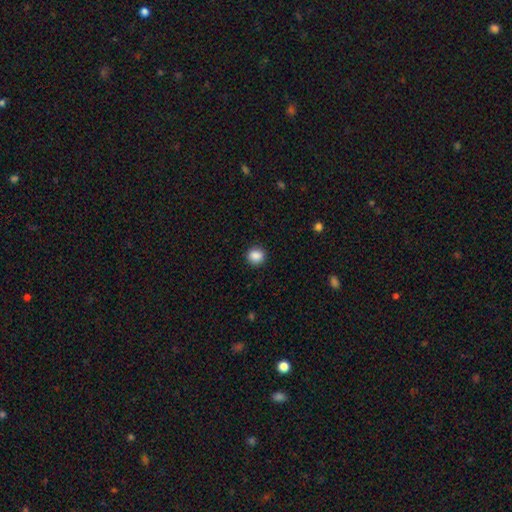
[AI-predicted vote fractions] This is clearly a smooth galaxy (88%). How rounded: clearly round (84%). Merging: clearly none (90%).